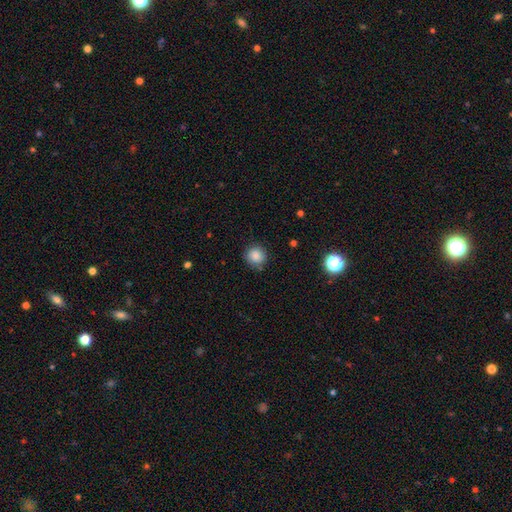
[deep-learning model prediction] A smooth galaxy with no disk features (84%) that is round (91%). Merging: none (86%).